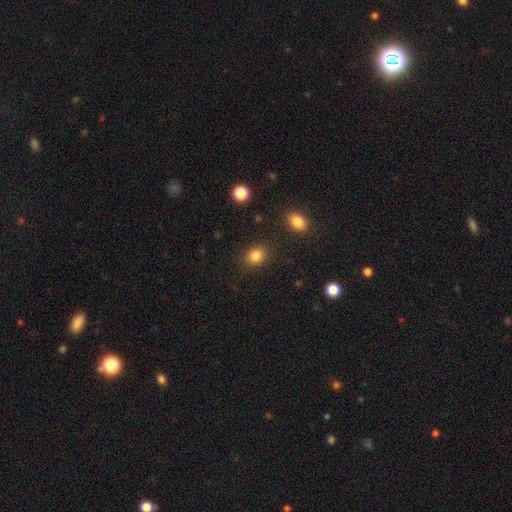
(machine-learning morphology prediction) smooth-or-featured: smooth: 84% | star or artifact: 10% | featured or disk: 5%
  how-rounded: round: 52% | in between: 47% | cigar-shaped: 1%
  merging: none: 87% | minor disturbance: 8% | major disturbance: 3% | merger: 2%